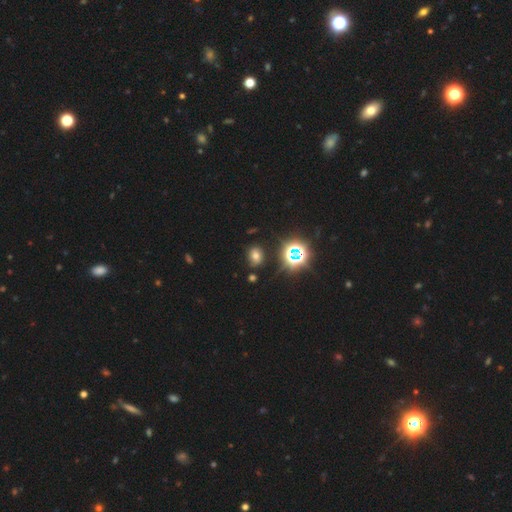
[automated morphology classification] A smooth galaxy with no disk features (58%) that is in between round and cigar-shaped (58%).

Vote fractions:
- Smooth or featured? smooth: 58% / star or artifact: 31% / featured or disk: 11%
- How rounded? in between: 58% / round: 41% / cigar-shaped: 1%
- Merging? none: 81% / minor disturbance: 13% / major disturbance: 4% / merger: 3%